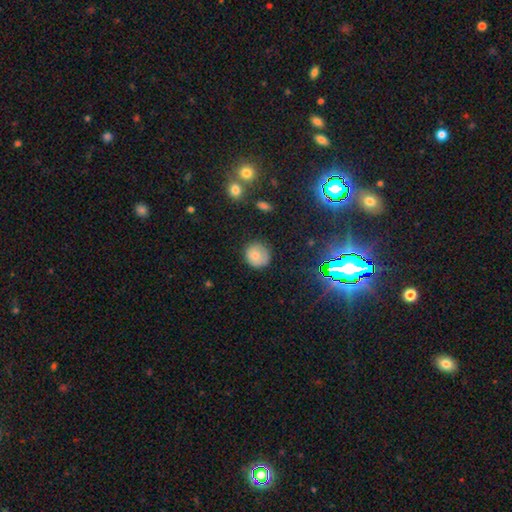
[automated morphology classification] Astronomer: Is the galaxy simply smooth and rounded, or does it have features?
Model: smooth — 75%.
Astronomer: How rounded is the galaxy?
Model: round — 86%.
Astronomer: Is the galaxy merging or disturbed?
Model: none — 76%.